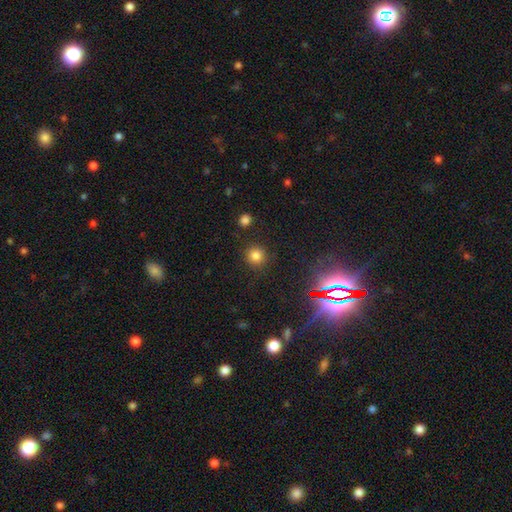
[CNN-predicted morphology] smooth 79%, star or artifact 16%, featured or disk 5%. Down the decision tree: how rounded — round (93%); merging — none (88%).